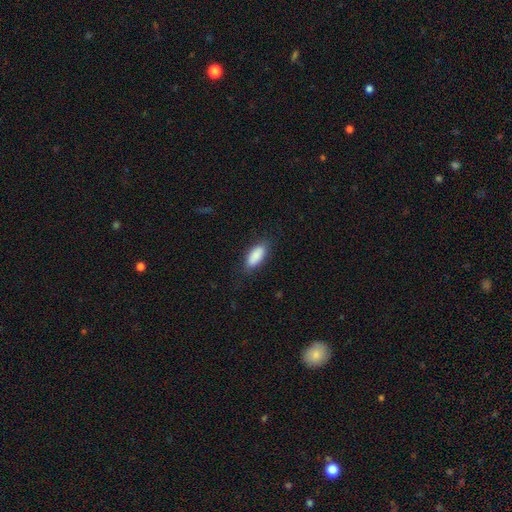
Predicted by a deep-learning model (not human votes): Smooth or featured? smooth (88%)
How rounded? in between (84%)
Merging? none (82%)